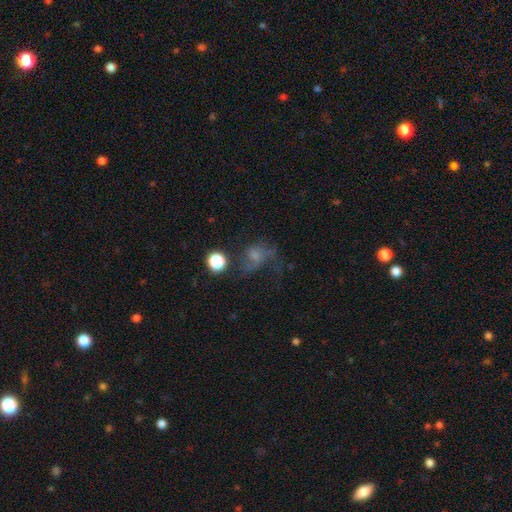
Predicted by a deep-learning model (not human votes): This appears to be a smooth galaxy with no disk features (41%). Merging: major disturbance (40%).